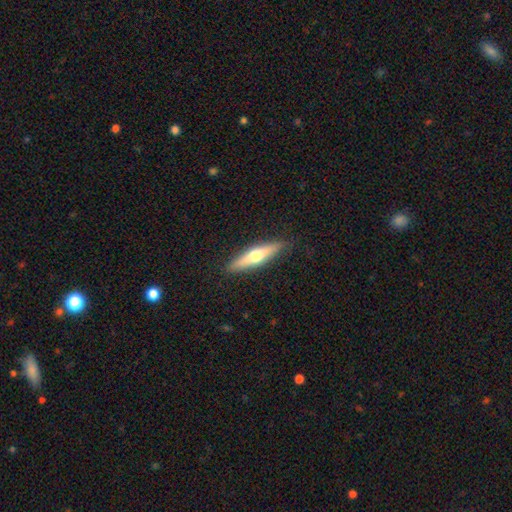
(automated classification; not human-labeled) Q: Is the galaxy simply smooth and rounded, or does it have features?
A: featured or disk — 50%.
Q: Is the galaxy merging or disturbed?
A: none — 90%.